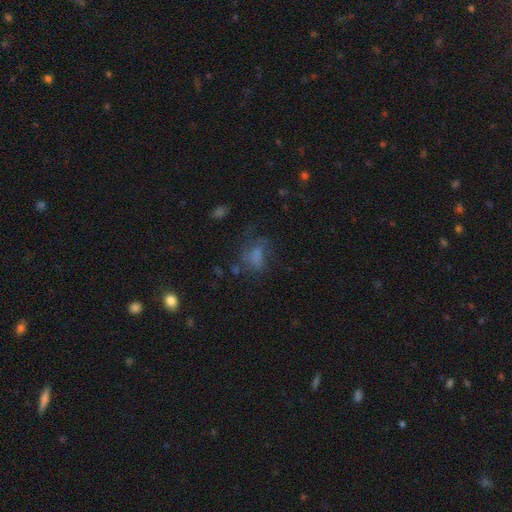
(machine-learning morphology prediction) A smooth galaxy with no disk features (51%) that is in between round and cigar-shaped (71%).

Vote fractions:
- Smooth or featured? smooth: 51% / featured or disk: 29% / star or artifact: 20%
- How rounded? in between: 71% / round: 26% / cigar-shaped: 3%
- Merging? none: 40% / major disturbance: 34% / minor disturbance: 21% / merger: 5%